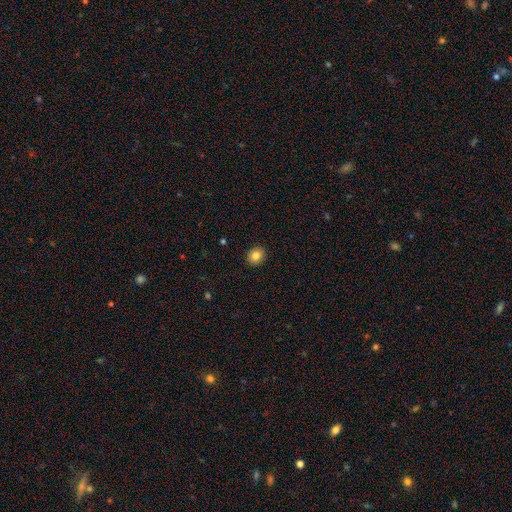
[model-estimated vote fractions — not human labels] This appears to be a smooth galaxy with no disk features (83%) that is round (70%). Merging: none (91%).